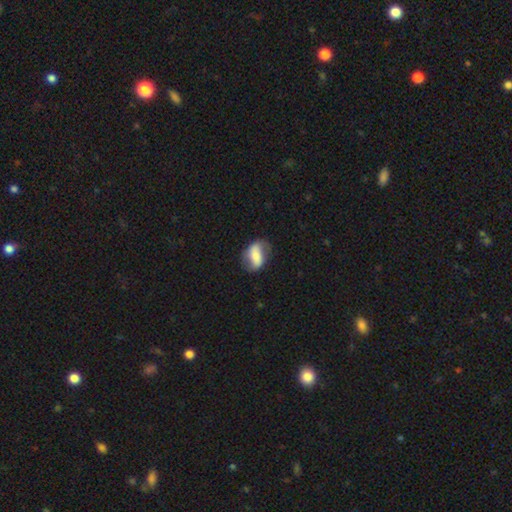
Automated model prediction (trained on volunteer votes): Smooth or featured? Predicted: smooth (p=0.48). Merging? Predicted: none (p=0.67).